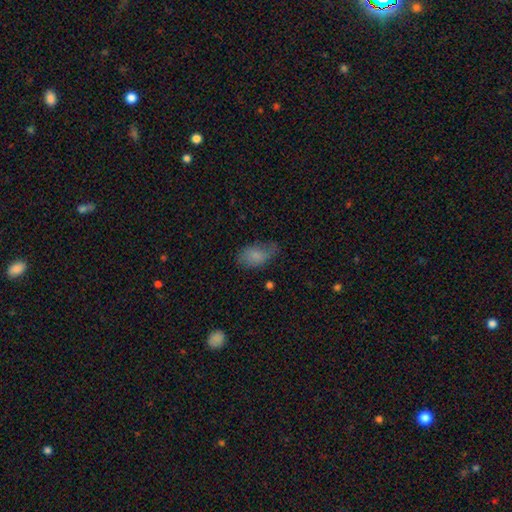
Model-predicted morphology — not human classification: Smooth or featured? smooth (77%)
How rounded? in between (92%)
Merging? none (56%)